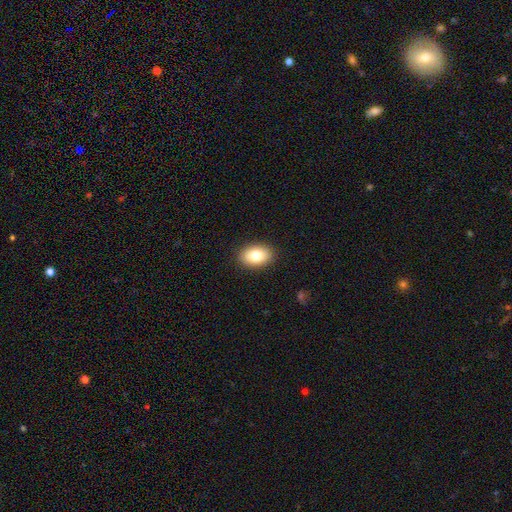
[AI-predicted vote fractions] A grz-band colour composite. It shows a smooth galaxy with no disk features (81%) that is in between round and cigar-shaped (84%). Merging: none (89%).